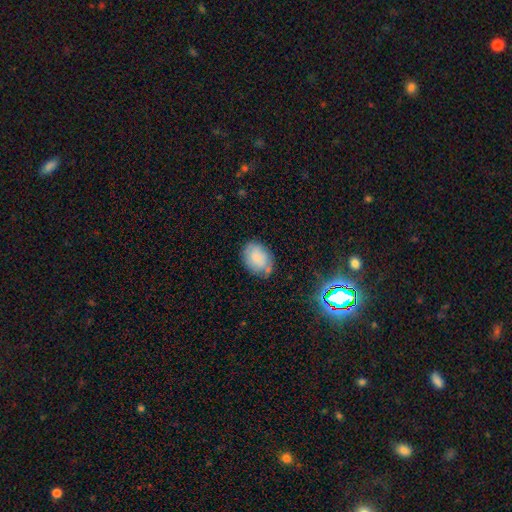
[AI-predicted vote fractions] A smooth galaxy with no disk features (79%) that is in between round and cigar-shaped (76%). Merging: none (66%).